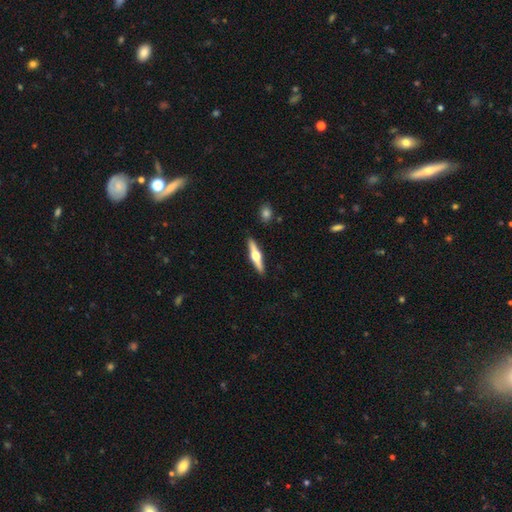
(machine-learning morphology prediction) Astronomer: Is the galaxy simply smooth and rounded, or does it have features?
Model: featured or disk — 70%.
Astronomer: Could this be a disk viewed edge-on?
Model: yes — 97%.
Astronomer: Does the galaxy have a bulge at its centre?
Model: rounded — 96%.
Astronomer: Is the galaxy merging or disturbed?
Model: none — 90%.